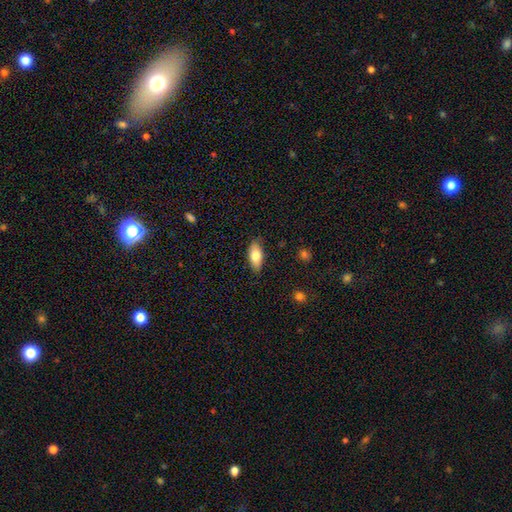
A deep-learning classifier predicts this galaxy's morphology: The model was most divided on "smooth or featured": smooth: 76%, featured or disk: 17%, star or artifact: 7%. More confident: how rounded — in between (85%); merging — none (83%).